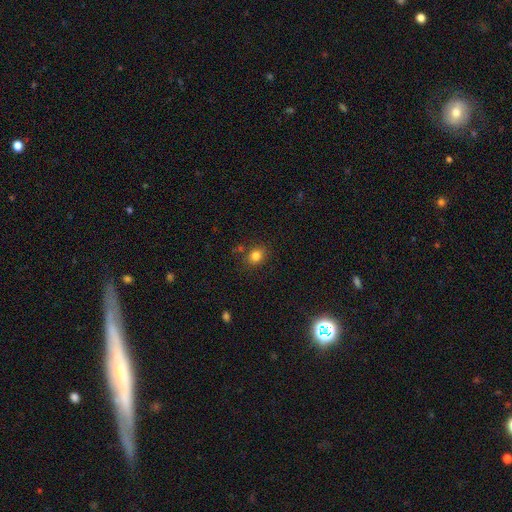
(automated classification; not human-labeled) This is clearly a smooth galaxy (82%). How rounded: likely round (62%). Merging: clearly none (80%).